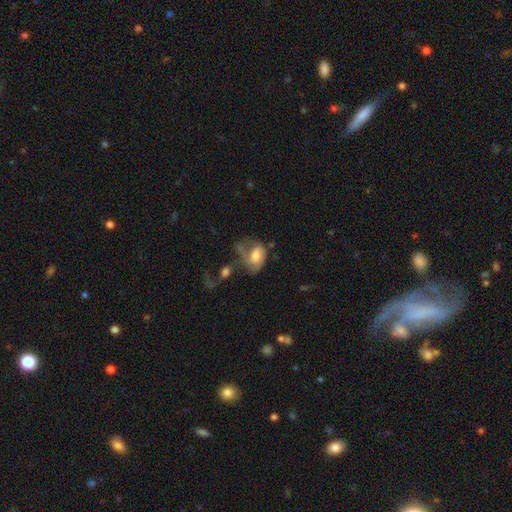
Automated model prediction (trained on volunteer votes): A smooth galaxy with no disk features (46%, tied with featured or disk). Merging: major disturbance (36%).